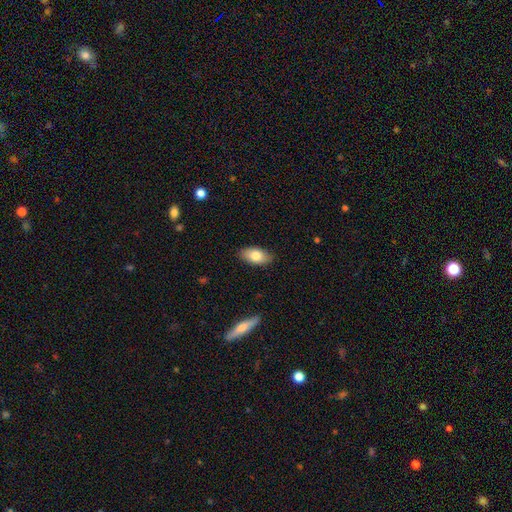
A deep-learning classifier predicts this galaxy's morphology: smooth-or-featured: smooth: 79% | featured or disk: 14% | star or artifact: 7%
  how-rounded: in between: 92% | round: 5% | cigar-shaped: 3%
  merging: none: 87% | minor disturbance: 10% | major disturbance: 2% | merger: 1%